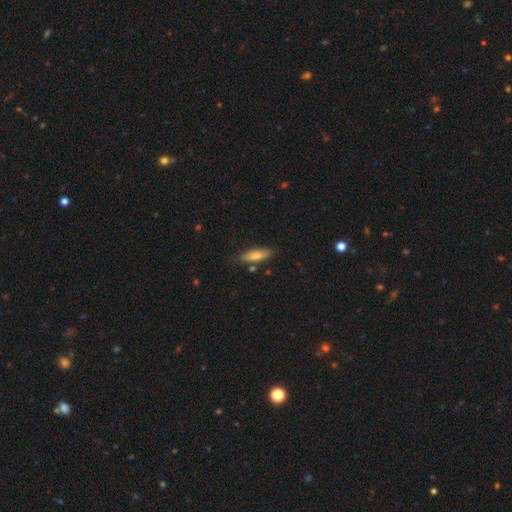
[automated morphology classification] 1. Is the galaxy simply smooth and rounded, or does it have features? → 73% smooth, 21% featured or disk, 7% star or artifact.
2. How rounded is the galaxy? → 56% cigar-shaped, 42% in between, 2% round.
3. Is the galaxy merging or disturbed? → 79% none, 14% minor disturbance, 4% merger, 3% major disturbance.